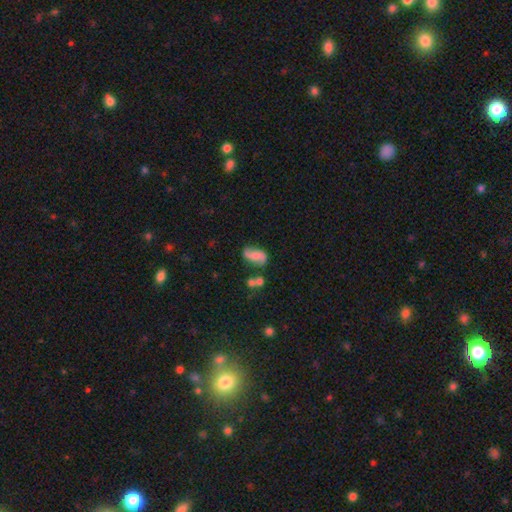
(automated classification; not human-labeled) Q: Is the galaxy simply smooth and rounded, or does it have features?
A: featured or disk — 46%.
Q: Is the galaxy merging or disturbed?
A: none — 51%.